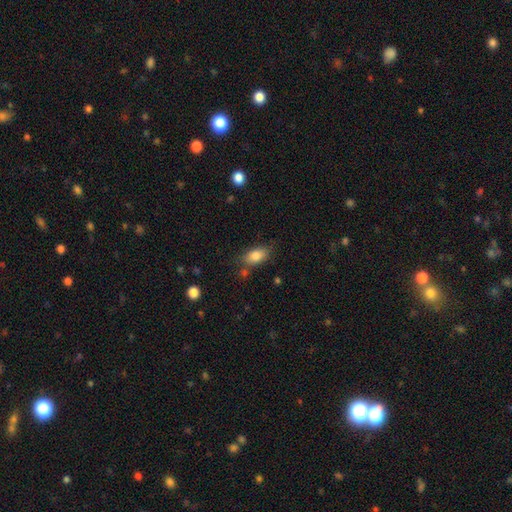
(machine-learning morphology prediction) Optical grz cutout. It shows a smooth galaxy with no disk features (83%) that is in between round and cigar-shaped (88%). Merging: none (72%).